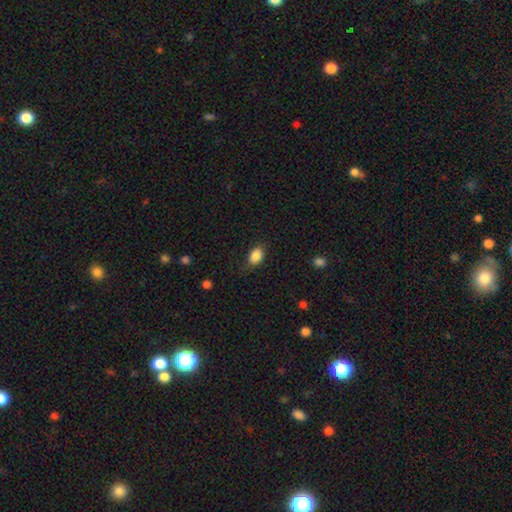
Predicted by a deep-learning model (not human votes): This is clearly a smooth galaxy (87%). How rounded: likely in between (77%). Merging: likely none (77%).